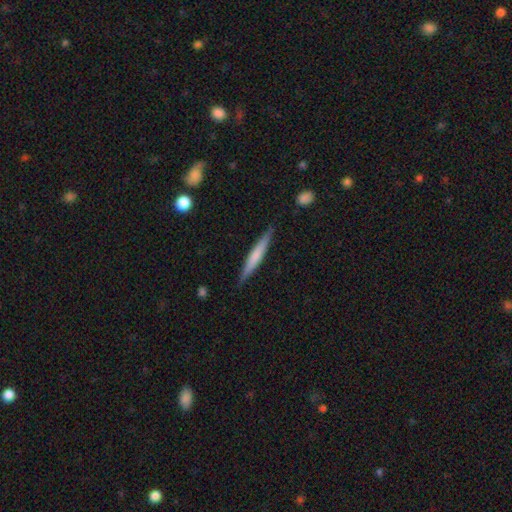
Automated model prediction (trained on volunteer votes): This is possibly a smooth galaxy (54%). How rounded: clearly cigar-shaped (95%). Merging: clearly none (88%).